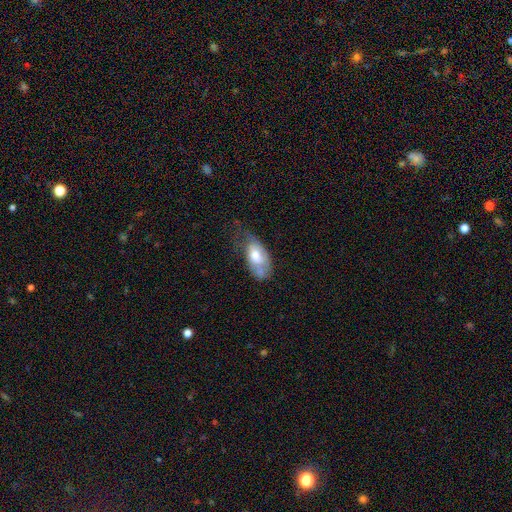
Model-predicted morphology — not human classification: Smooth or featured: smooth — 58% (featured or disk — 35%)
How rounded: in between — 91% (cigar-shaped — 5%)
Merging: minor disturbance — 38% (none — 28%)